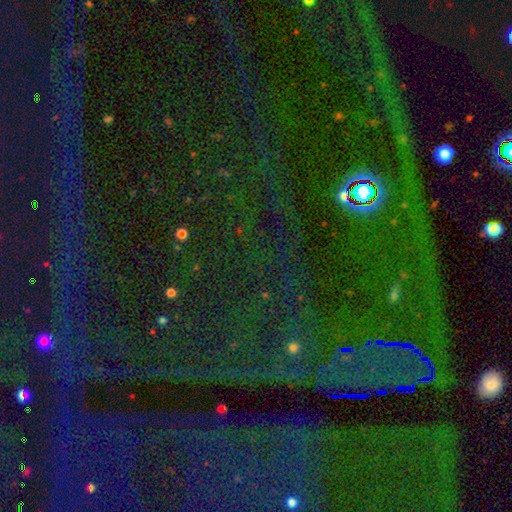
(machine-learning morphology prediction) smooth-or-featured: star or artifact: 82% | smooth: 11% | featured or disk: 8%